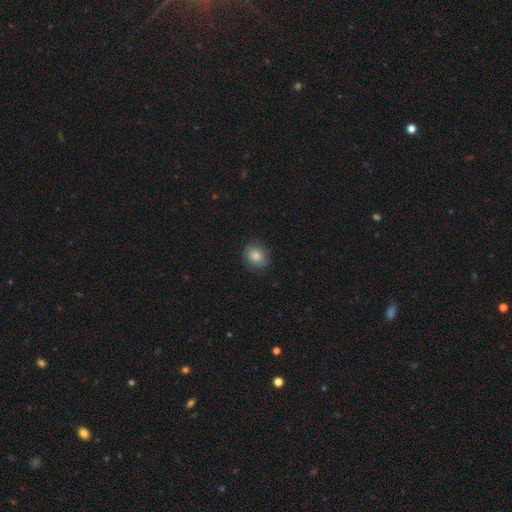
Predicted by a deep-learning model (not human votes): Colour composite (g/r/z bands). It shows a smooth galaxy with no disk features (80%) that is round (68%). Merging: none (82%).